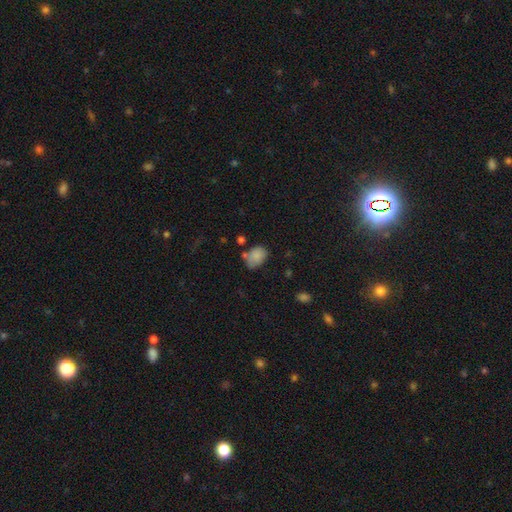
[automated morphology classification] smooth-or-featured: smooth: 82% | star or artifact: 9% | featured or disk: 8%
  how-rounded: in between: 69% | round: 30% | cigar-shaped: 1%
  merging: none: 55% | minor disturbance: 26% | merger: 10% | major disturbance: 8%